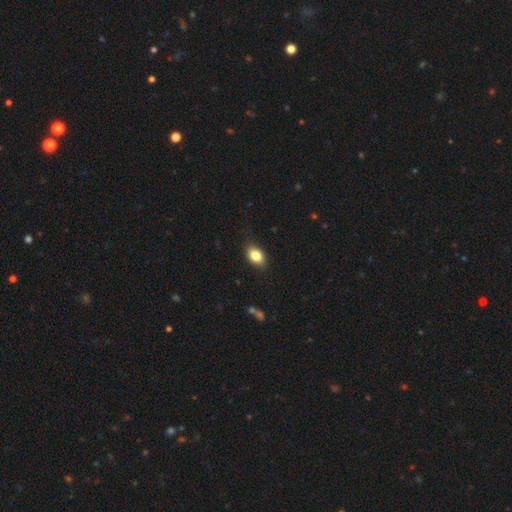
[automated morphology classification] A smooth galaxy with no disk features (84%) that is in between round and cigar-shaped (83%).

Vote fractions:
- Smooth or featured? smooth: 84% / star or artifact: 8% / featured or disk: 8%
- How rounded? in between: 83% / round: 15% / cigar-shaped: 2%
- Merging? none: 84% / minor disturbance: 12% / major disturbance: 2% / merger: 1%